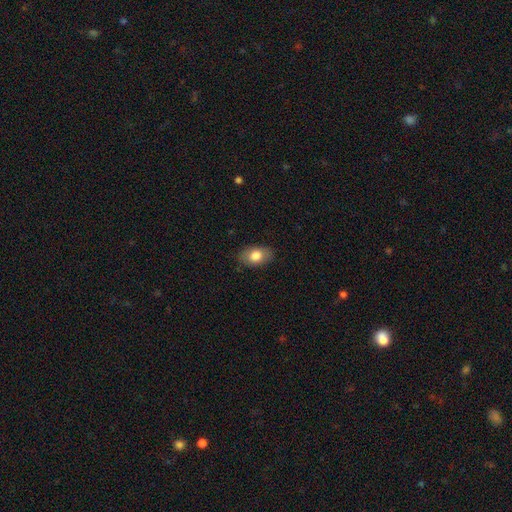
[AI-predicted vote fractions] smooth_or_featured: smooth (p=0.80) [alt: featured or disk p=0.13]
how_rounded: in between (p=0.88) [alt: round p=0.11]
merging: none (p=0.84) [alt: minor disturbance p=0.12]